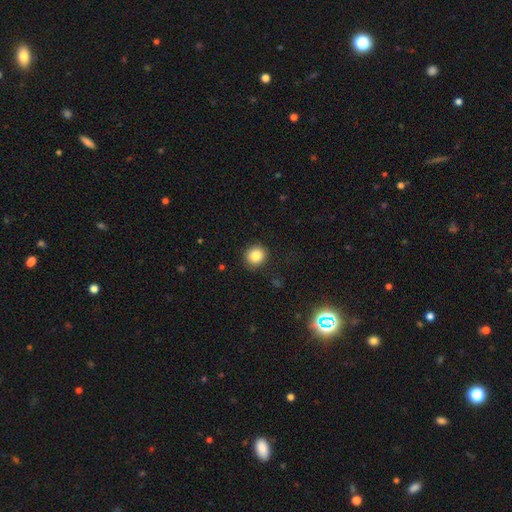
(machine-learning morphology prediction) Smooth or featured? Predicted: smooth (p=0.84). How rounded? Predicted: round (p=0.88). Merging? Predicted: none (p=0.89).